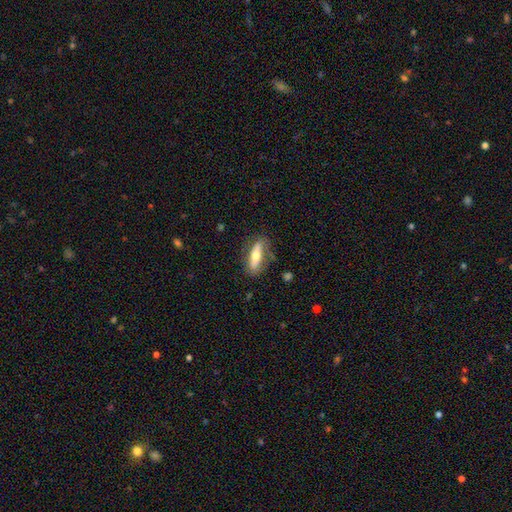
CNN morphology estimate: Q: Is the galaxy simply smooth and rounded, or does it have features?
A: smooth — 51%.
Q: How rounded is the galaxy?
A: cigar-shaped — 51%.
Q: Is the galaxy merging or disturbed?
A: none — 75%.